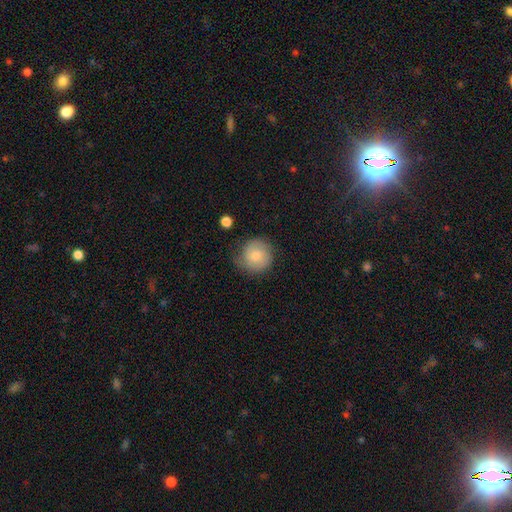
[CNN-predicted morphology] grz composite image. It shows a smooth galaxy with no disk features (73%) that is round (91%). Merging: none (70%).